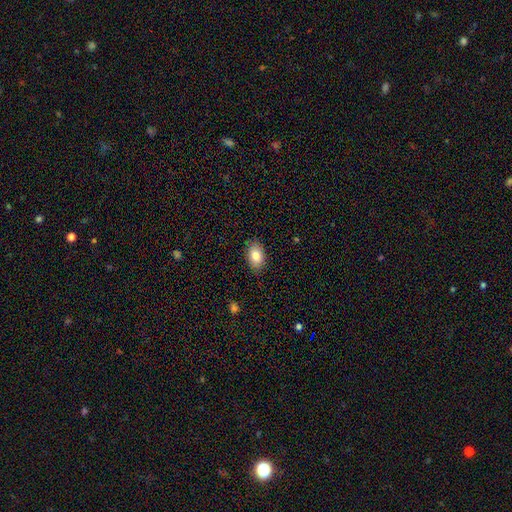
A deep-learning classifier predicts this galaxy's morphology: type=smooth (83%); roundness=in between (90%); merging=none (85%).